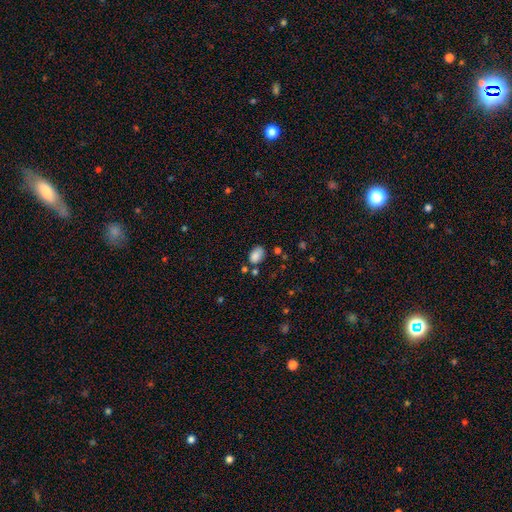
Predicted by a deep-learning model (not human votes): smooth_or_featured: smooth (p=0.84) [alt: star or artifact p=0.10]
how_rounded: in between (p=0.82) [alt: round p=0.17]
merging: none (p=0.64) [alt: minor disturbance p=0.21]